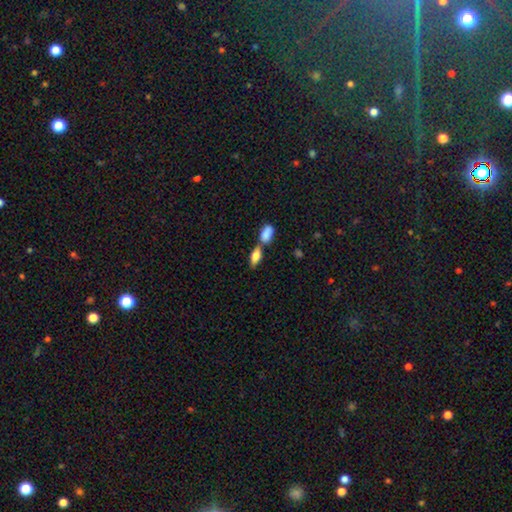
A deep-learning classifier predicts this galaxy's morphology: type=smooth (78%); roundness=in between (81%); merging=merger (48%).